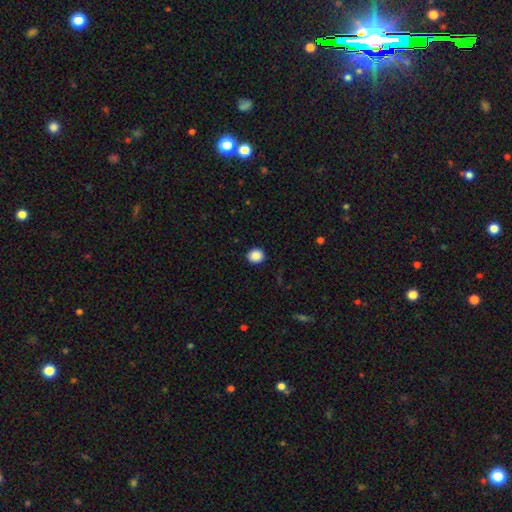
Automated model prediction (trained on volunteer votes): A smooth galaxy with no disk features (88%) that is round (84%). Merging: none (92%).